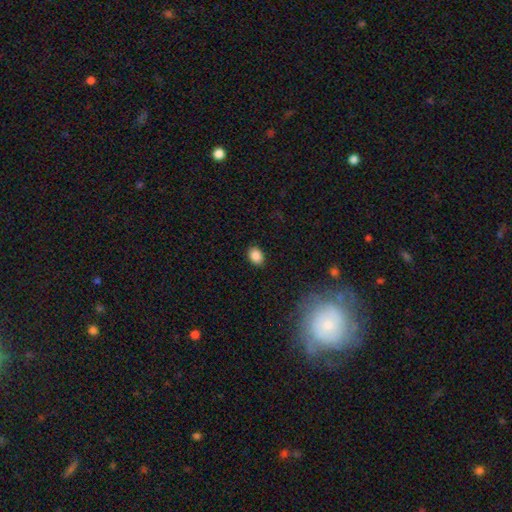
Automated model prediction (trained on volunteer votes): smooth-or-featured: smooth: 88% | star or artifact: 8% | featured or disk: 4%
  how-rounded: in between: 67% | round: 32% | cigar-shaped: 1%
  merging: none: 88% | minor disturbance: 9% | major disturbance: 2% | merger: 1%